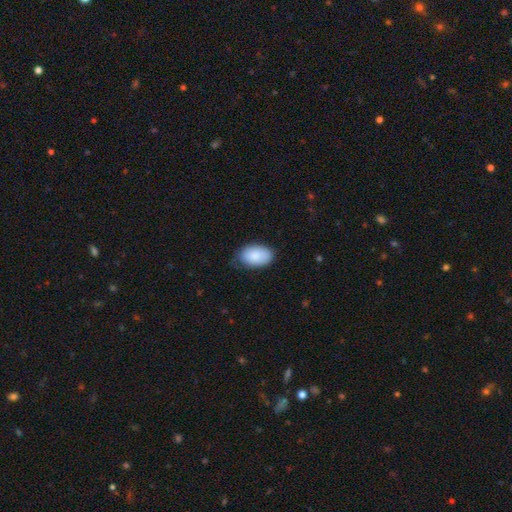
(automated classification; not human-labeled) This is clearly a smooth galaxy (86%). How rounded: clearly in between (91%). Merging: likely none (70%).